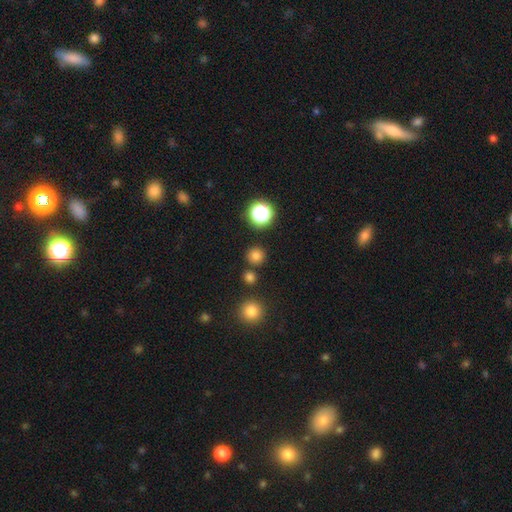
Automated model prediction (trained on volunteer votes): The model was most divided on "smooth or featured": smooth: 76%, star or artifact: 19%, featured or disk: 5%. More confident: how rounded — round (94%); merging — none (85%).